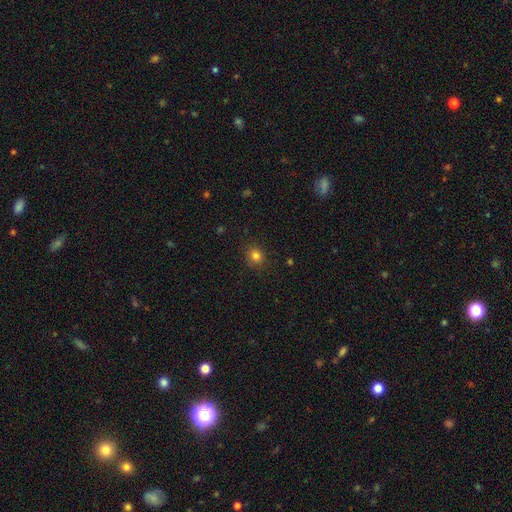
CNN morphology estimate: Q: Smooth or featured?
A: smooth (81%); runner-up: star or artifact (14%)
Q: How rounded?
A: round (85%); runner-up: in between (14%)
Q: Merging?
A: none (89%); runner-up: minor disturbance (7%)